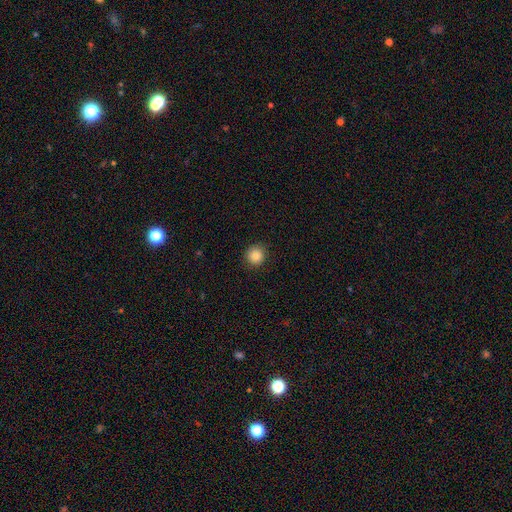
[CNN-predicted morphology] This appears to be a smooth galaxy with no disk features (86%) that is round (93%). Merging: none (90%).